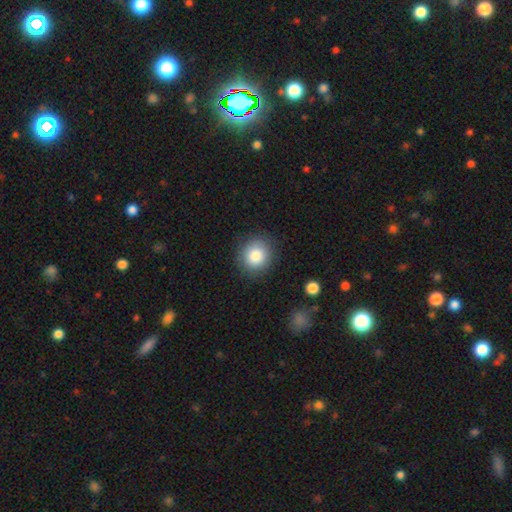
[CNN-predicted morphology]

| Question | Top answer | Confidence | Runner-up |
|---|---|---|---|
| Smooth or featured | smooth | 83% | star or artifact (9%) |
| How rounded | round | 83% | in between (16%) |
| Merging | none | 87% | minor disturbance (9%) |